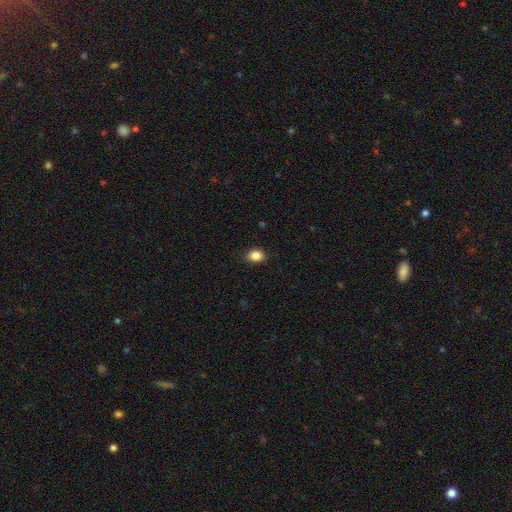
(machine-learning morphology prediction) Q: Smooth or featured?
A: smooth (86%); runner-up: star or artifact (10%)
Q: How rounded?
A: in between (53%); runner-up: round (46%)
Q: Merging?
A: none (88%); runner-up: minor disturbance (9%)